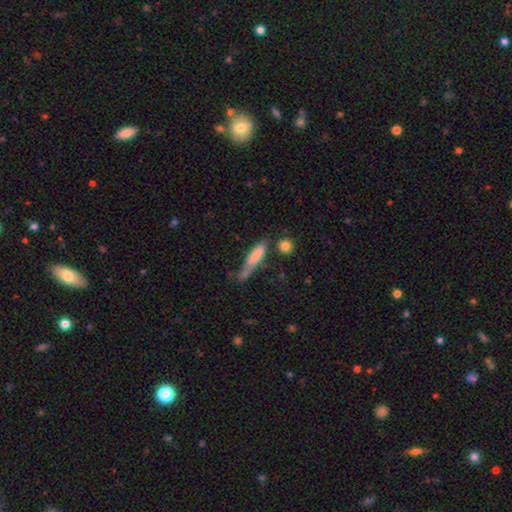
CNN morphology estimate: type=smooth (71%); roundness=cigar-shaped (72%); merging=none (43%).